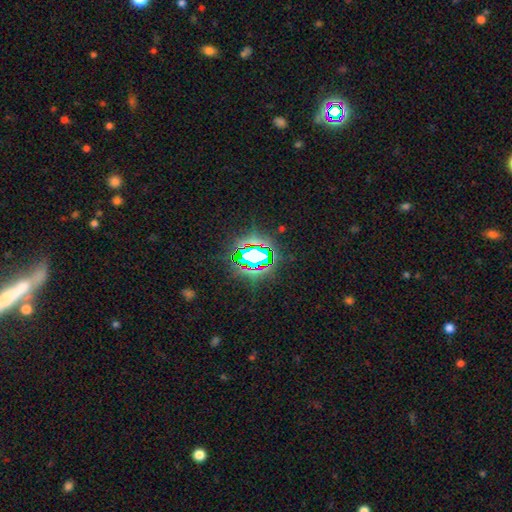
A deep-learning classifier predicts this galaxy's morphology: This appears to be a star or artifact, not a galaxy (73%).